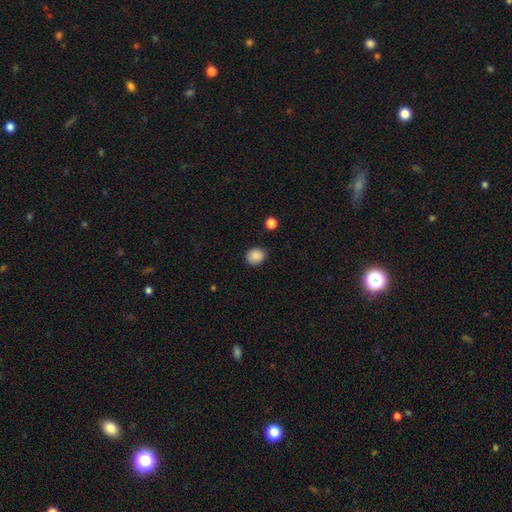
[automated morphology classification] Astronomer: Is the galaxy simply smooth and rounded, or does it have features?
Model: smooth — 87%.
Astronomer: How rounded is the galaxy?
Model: round — 74%.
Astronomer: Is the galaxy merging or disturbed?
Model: none — 84%.